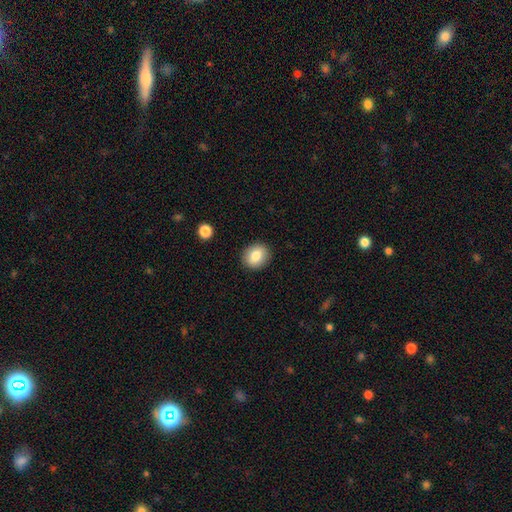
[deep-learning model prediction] This is clearly a smooth galaxy (81%). How rounded: likely round (70%). Merging: clearly none (90%).